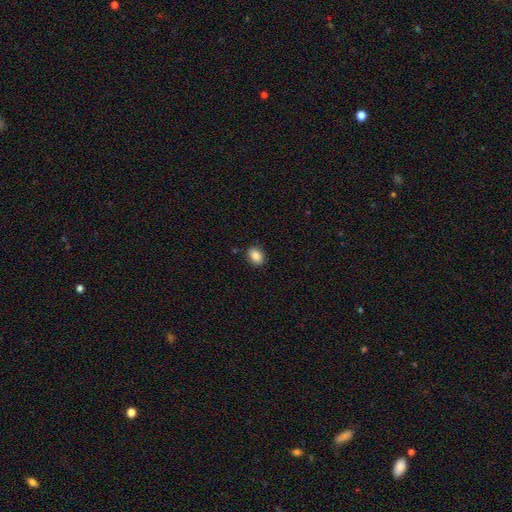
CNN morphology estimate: Overall: smooth (86%). How rounded: in between (77%). Merging: none (87%).